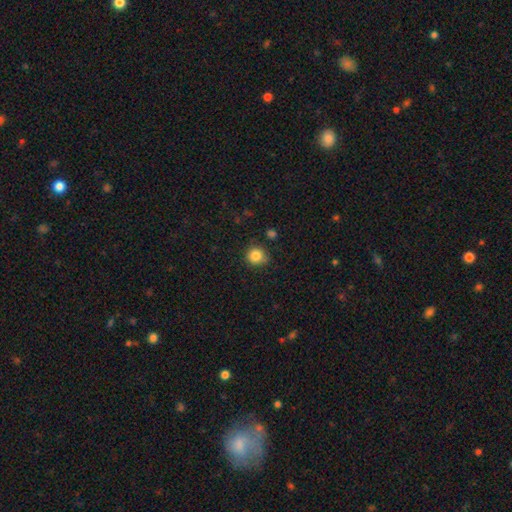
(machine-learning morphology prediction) Smooth or featured? Predicted: smooth (p=0.85). How rounded? Predicted: round (p=0.90). Merging? Predicted: none (p=0.79).